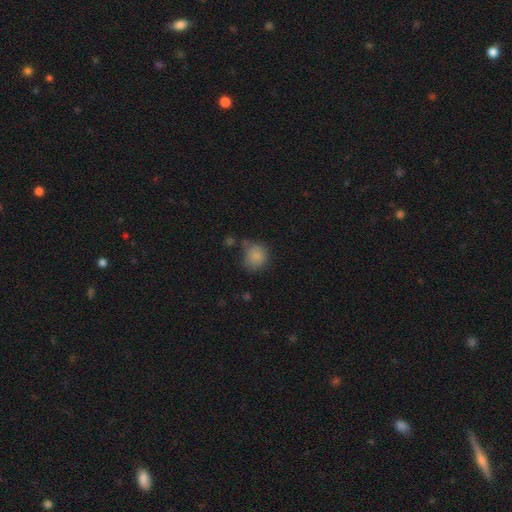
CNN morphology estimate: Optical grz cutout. It shows a smooth galaxy with no disk features (84%) that is round (78%). Merging: none (62%).